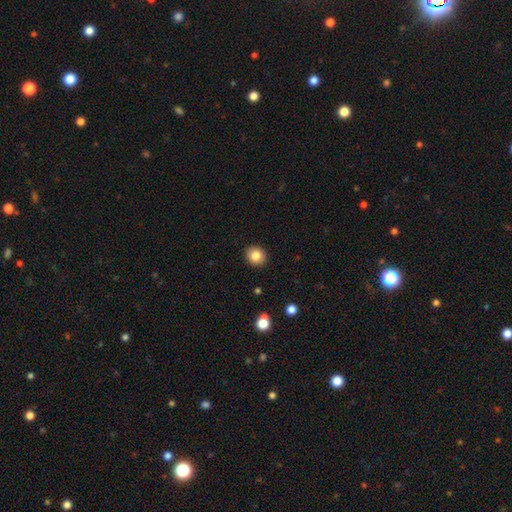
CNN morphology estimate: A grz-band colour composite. It shows a smooth galaxy with no disk features (84%) that is round (78%). Merging: none (92%).